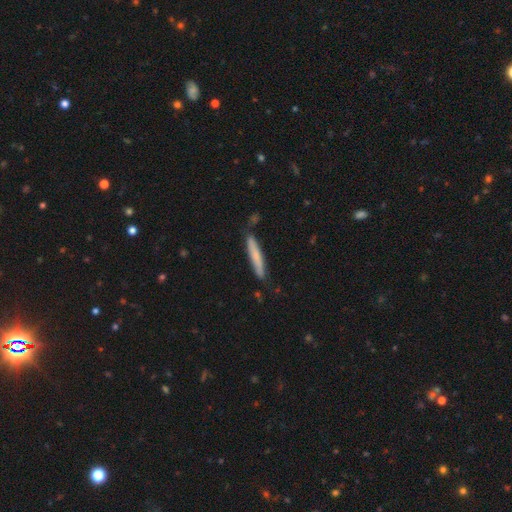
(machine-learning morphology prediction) Overall: smooth (67%; featured or disk 27%). How rounded: cigar-shaped (94%). Merging: none (81%).